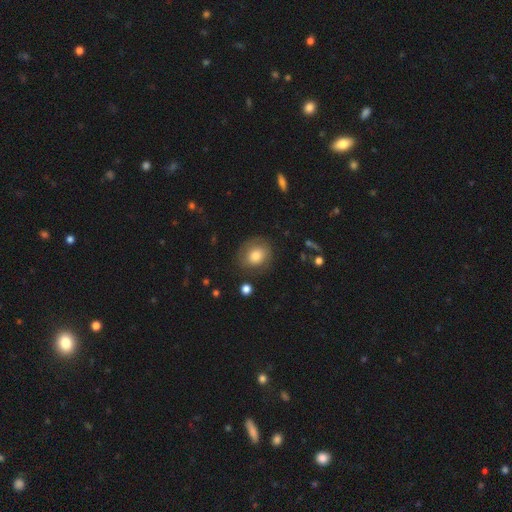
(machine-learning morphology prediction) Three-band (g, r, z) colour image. It shows a smooth galaxy with no disk features (73%) that is round (70%). Merging: none (75%).